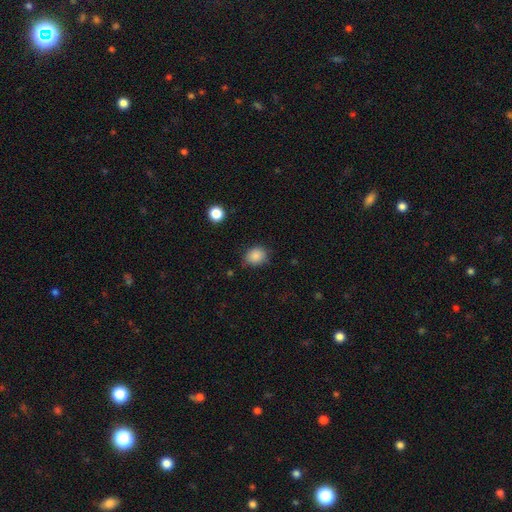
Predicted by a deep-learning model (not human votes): Smooth or featured?
  - smooth: 86% *
  - star or artifact: 10%
  - featured or disk: 4%
How rounded?
  - round: 59% *
  - in between: 41%
  - cigar-shaped: 1%
Merging?
  - none: 77% *
  - minor disturbance: 17%
  - major disturbance: 4%
  - merger: 2%